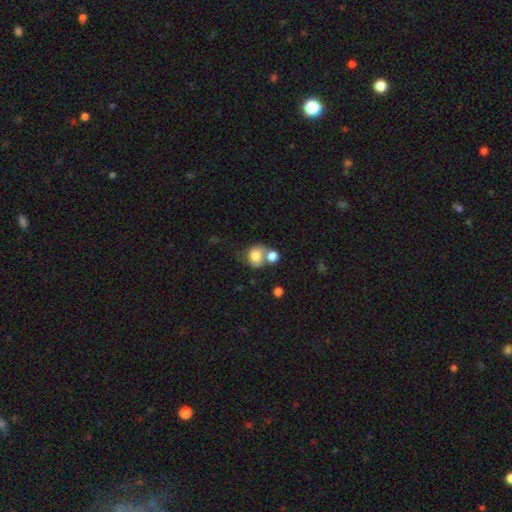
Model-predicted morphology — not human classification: Smooth or featured? smooth (73%)
How rounded? round (67%)
Merging? merger (43%)